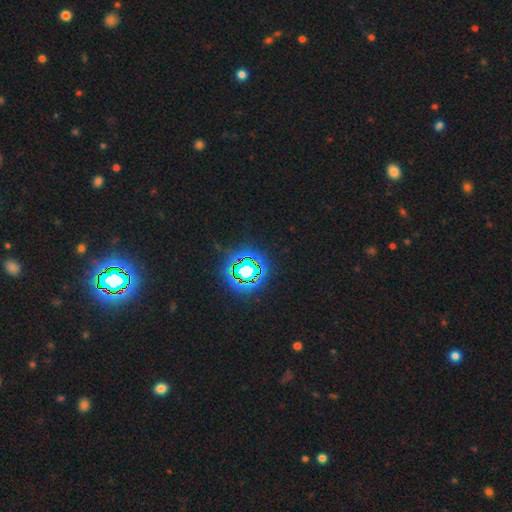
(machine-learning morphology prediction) This appears to be a star or artifact, not a galaxy (83%).